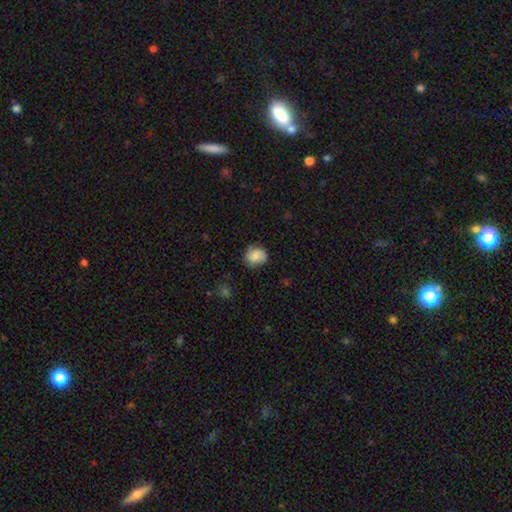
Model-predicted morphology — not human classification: Smooth or featured? Predicted: smooth (p=0.70). How rounded? Predicted: round (p=0.73). Merging? Predicted: none (p=0.74).